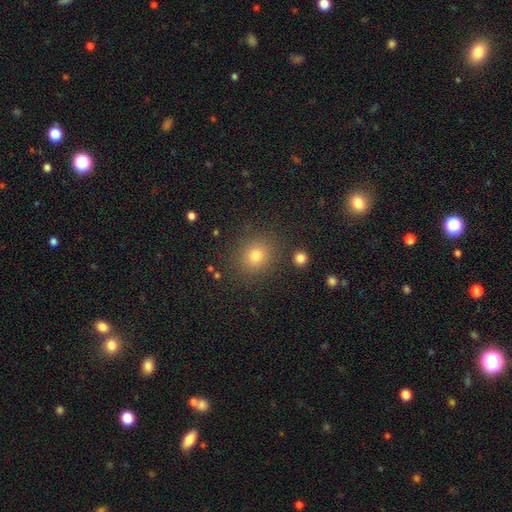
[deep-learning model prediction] This appears to be a smooth galaxy with no disk features (77%) that is round (78%). Merging: none (87%).